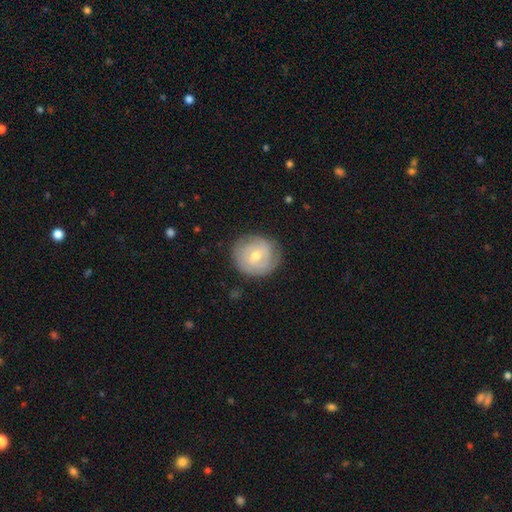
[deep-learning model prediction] featured or disk 64%, smooth 29%, star or artifact 7%. Down the decision tree: edge-on disk — no (97%); bar — weak (46%); spiral arms — yes (81%); spiral arm count — can't tell (43%); spiral winding — tight (72%); bulge size — moderate (57%); merging — none (80%).